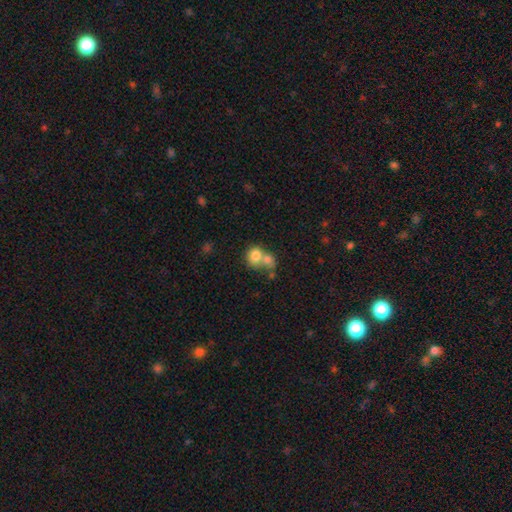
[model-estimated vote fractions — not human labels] Morphology: type=smooth (77%); roundness=round (68%); merging=merger (59%).